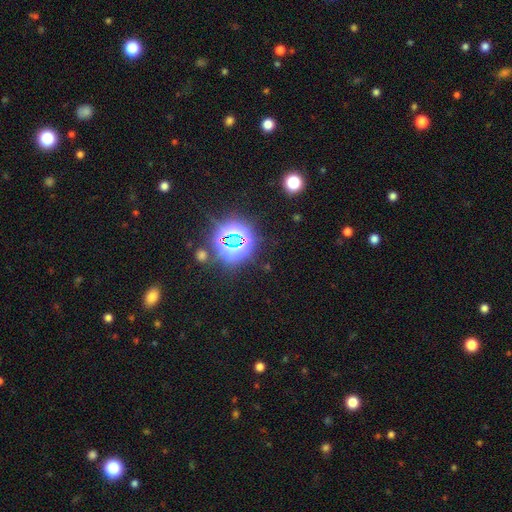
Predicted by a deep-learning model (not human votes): A star or artifact, not a galaxy (77%).

Vote fractions:
- Smooth or featured? star or artifact: 77% / smooth: 16% / featured or disk: 6%